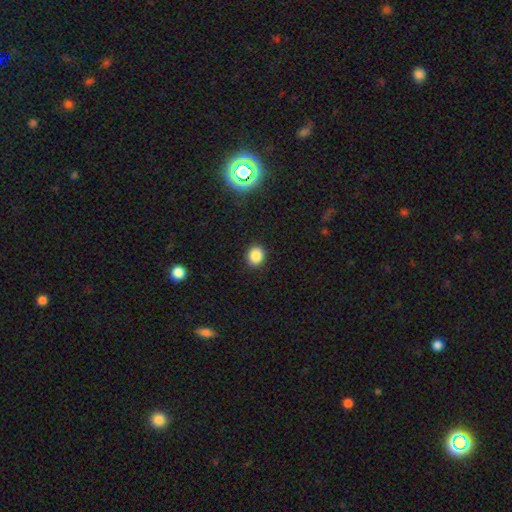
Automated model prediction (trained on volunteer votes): smooth-or-featured: smooth: 85% | star or artifact: 11% | featured or disk: 4%
  how-rounded: round: 66% | in between: 33% | cigar-shaped: 1%
  merging: none: 90% | minor disturbance: 7% | major disturbance: 2% | merger: 1%